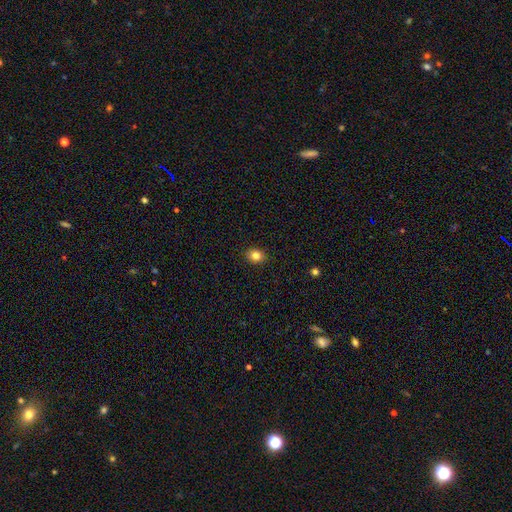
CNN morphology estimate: Smooth or featured? smooth (83%)
How rounded? round (57%)
Merging? none (90%)